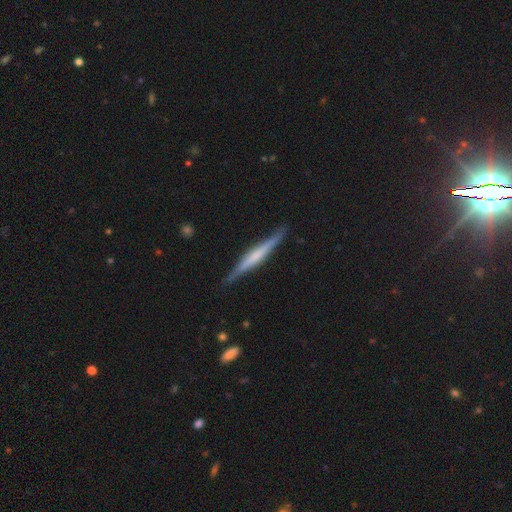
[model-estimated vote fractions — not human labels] Smooth or featured? featured or disk (64%)
Edge-on disk? yes (97%)
Edge-on bulge? none (35%)
Merging? none (87%)